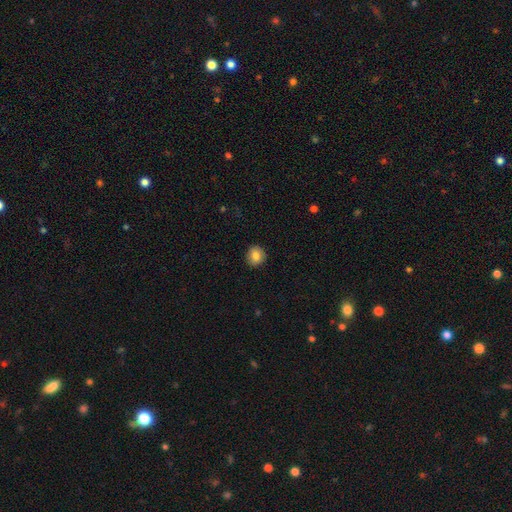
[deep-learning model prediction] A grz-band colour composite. It shows a smooth galaxy with no disk features (83%) that is round (87%). Merging: none (91%).